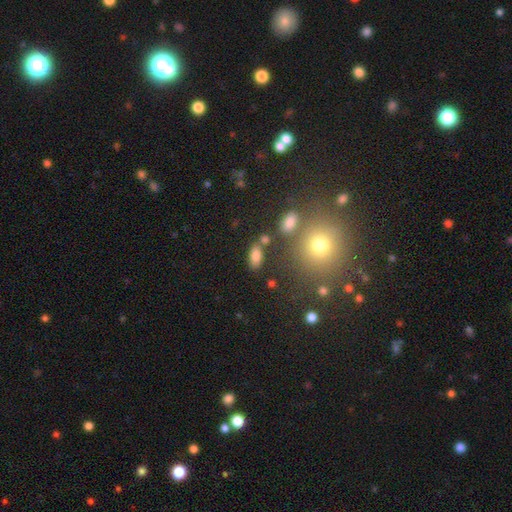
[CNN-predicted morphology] Smooth or featured? smooth (80%)
How rounded? in between (88%)
Merging? none (70%)